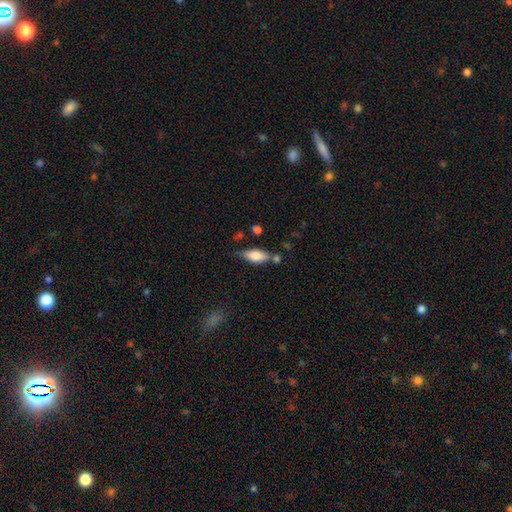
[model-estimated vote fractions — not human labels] Morphology: type=smooth (70%); roundness=in between (77%); merging=none (59%).